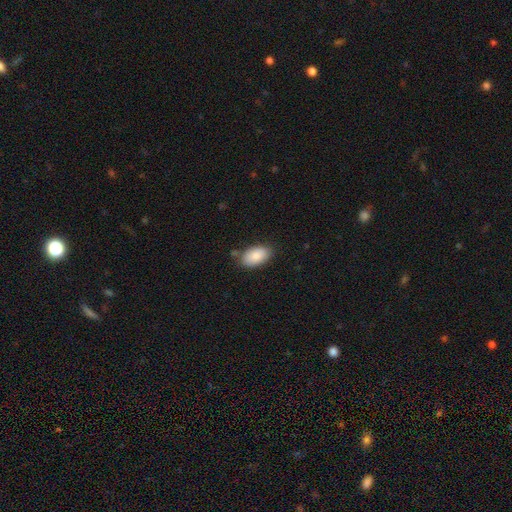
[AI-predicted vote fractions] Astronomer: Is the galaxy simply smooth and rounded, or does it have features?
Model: smooth — 87%.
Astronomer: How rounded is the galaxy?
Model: in between — 94%.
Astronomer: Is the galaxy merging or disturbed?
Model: none — 77%.